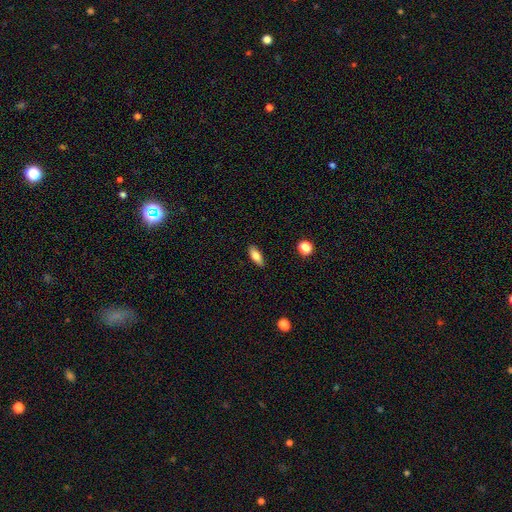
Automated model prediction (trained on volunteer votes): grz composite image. It shows a smooth galaxy with no disk features (76%) that is in between round and cigar-shaped (75%). Merging: none (88%).